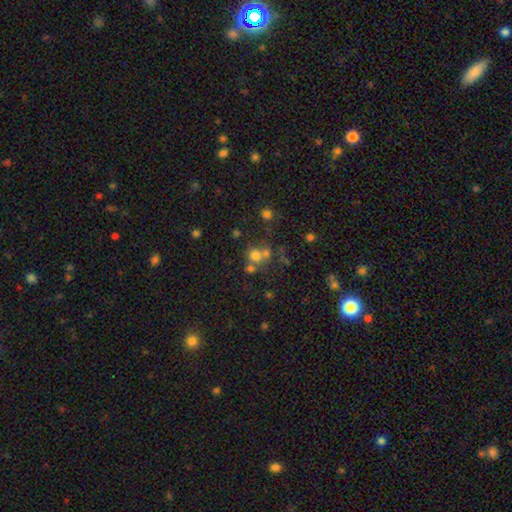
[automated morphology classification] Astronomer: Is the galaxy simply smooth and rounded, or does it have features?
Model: smooth — 68%.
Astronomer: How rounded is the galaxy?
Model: round — 83%.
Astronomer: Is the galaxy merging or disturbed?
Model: none — 47% (runner-up: merger, 38%).